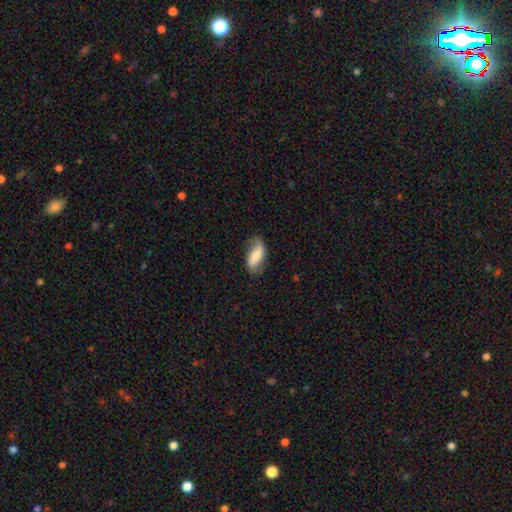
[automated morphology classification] smooth_or_featured: smooth (p=0.55) [alt: featured or disk p=0.38]
how_rounded: in between (p=0.84) [alt: cigar-shaped p=0.13]
merging: none (p=0.66) [alt: minor disturbance p=0.25]